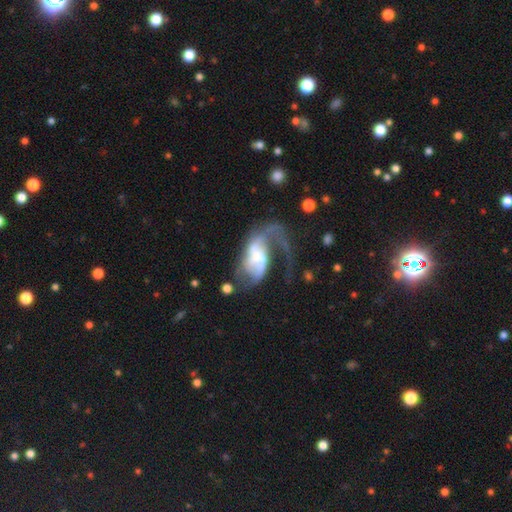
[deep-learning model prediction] This appears to be a featured or disk galaxy (74%) with no bar (41%), 1 (51%) loose (66%) spiral arms (80%) and a small central bulge (32%). Merging: major disturbance (57%).